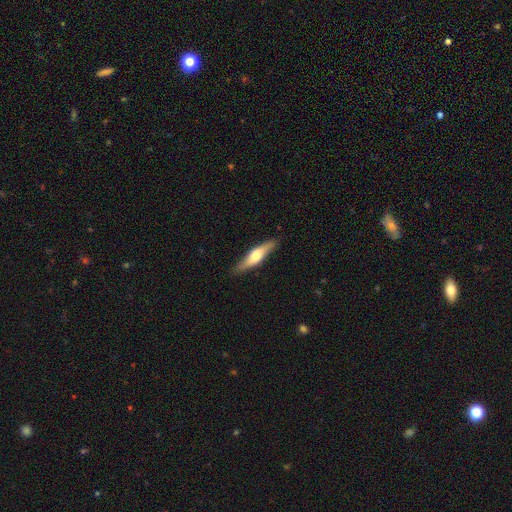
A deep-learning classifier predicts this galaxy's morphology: A smooth galaxy with no disk features (48%).

Vote fractions:
- Smooth or featured? smooth: 48% / featured or disk: 46% / star or artifact: 5%
- Merging? none: 85% / minor disturbance: 12% / major disturbance: 2% / merger: 1%